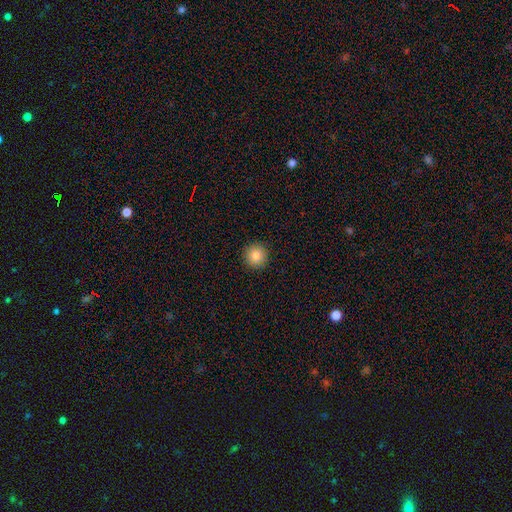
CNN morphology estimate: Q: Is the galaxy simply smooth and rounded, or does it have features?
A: smooth — 85%.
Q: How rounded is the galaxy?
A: round — 95%.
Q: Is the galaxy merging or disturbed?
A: none — 93%.